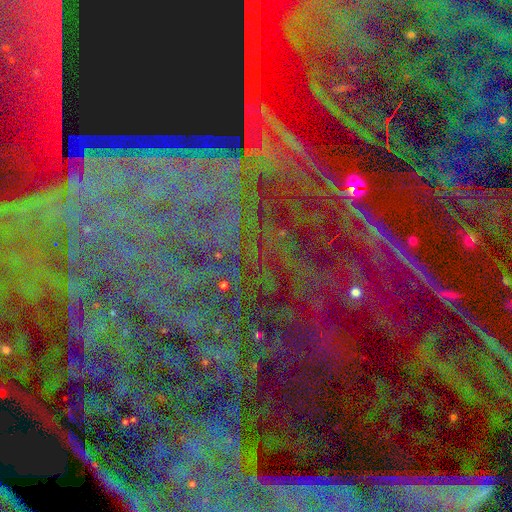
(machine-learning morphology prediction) This appears to be a star or artifact, not a galaxy (87%).